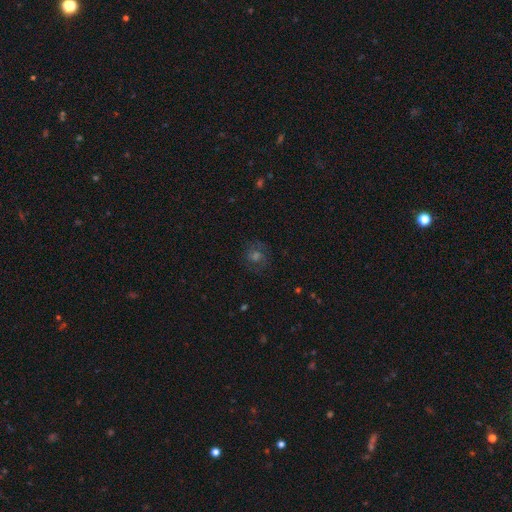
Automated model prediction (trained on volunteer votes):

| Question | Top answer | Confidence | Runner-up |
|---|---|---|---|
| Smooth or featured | smooth | 39% | featured or disk (33%) |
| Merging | none | 78% | minor disturbance (13%) |